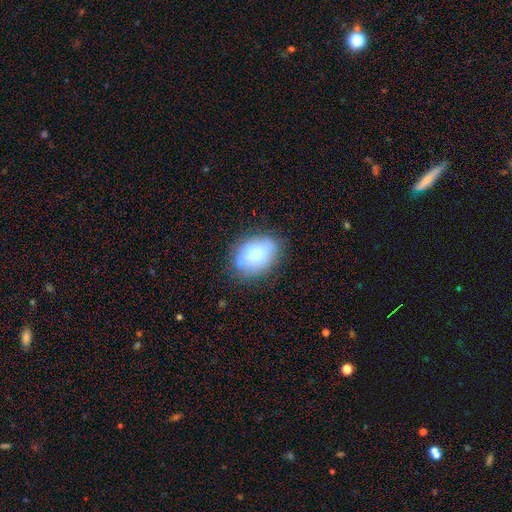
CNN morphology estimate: smooth 59%, featured or disk 30%, star or artifact 10%. Down the decision tree: how rounded — in between (65%); merging — none (56%).